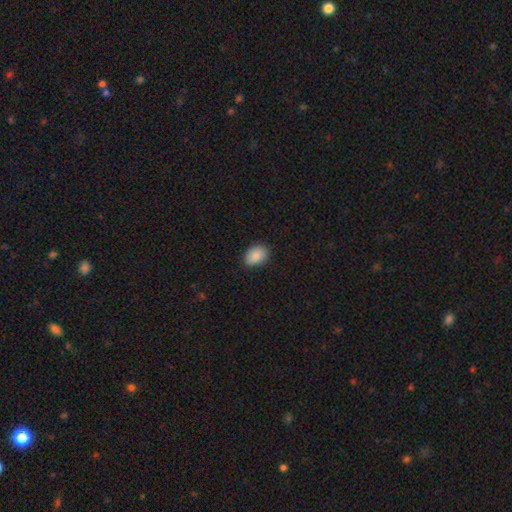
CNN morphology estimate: This appears to be a smooth galaxy with no disk features (89%) that is in between round and cigar-shaped (79%). Merging: none (86%).